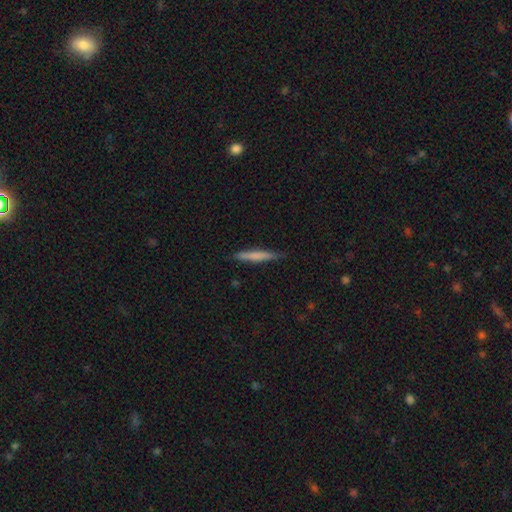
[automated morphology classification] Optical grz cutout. It shows a smooth galaxy with no disk features (66%) that is cigar-shaped (94%). Merging: none (84%).